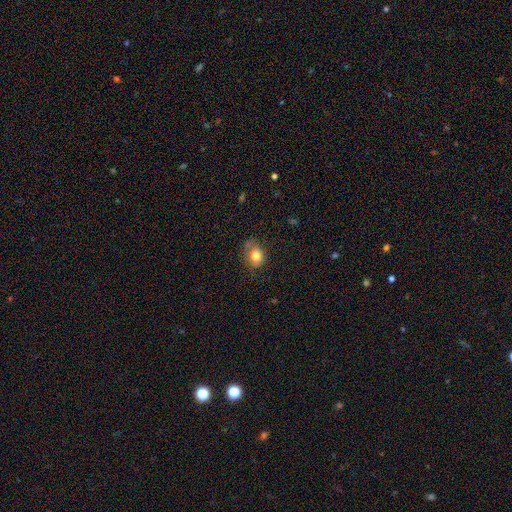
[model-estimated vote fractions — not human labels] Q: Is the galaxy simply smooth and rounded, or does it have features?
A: smooth — 80%.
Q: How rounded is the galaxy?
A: in between — 52%.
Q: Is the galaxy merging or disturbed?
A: none — 60%.